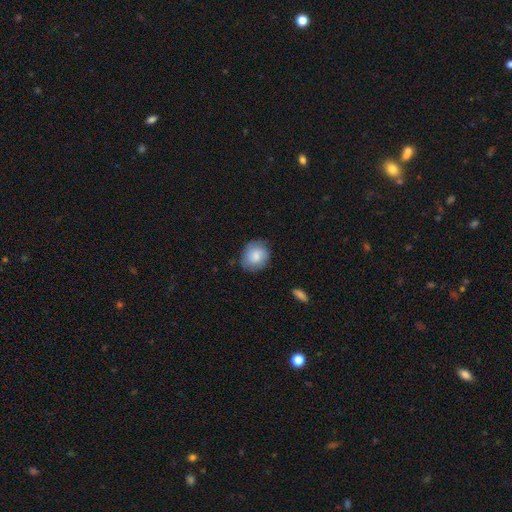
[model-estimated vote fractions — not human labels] Smooth or featured? smooth (80%)
How rounded? round (70%)
Merging? none (76%)